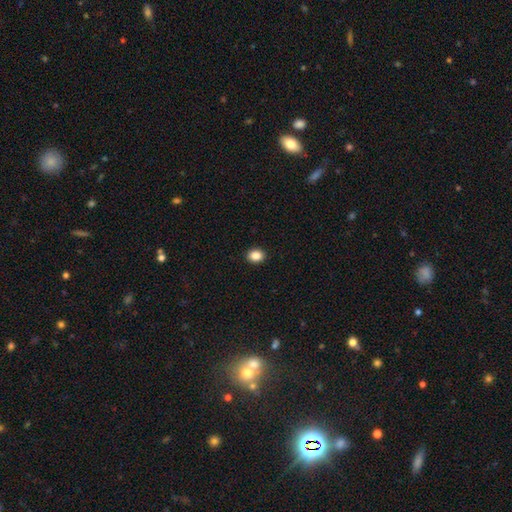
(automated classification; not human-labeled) Smooth or featured? smooth (86%)
How rounded? round (57%)
Merging? none (92%)